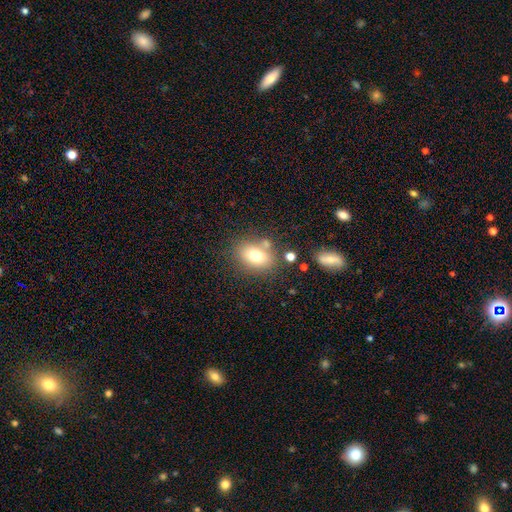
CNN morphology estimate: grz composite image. It shows a smooth galaxy with no disk features (73%) that is in between round and cigar-shaped (71%). Merging: none (69%).